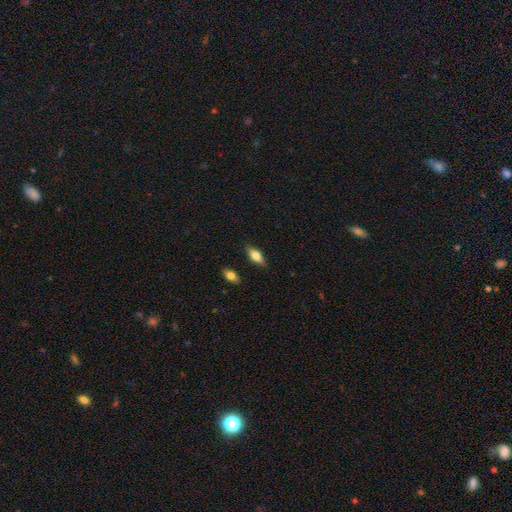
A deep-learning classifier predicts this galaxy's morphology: Smooth or featured: smooth — 75% (featured or disk — 19%)
How rounded: in between — 82% (cigar-shaped — 16%)
Merging: none — 86% (minor disturbance — 10%)